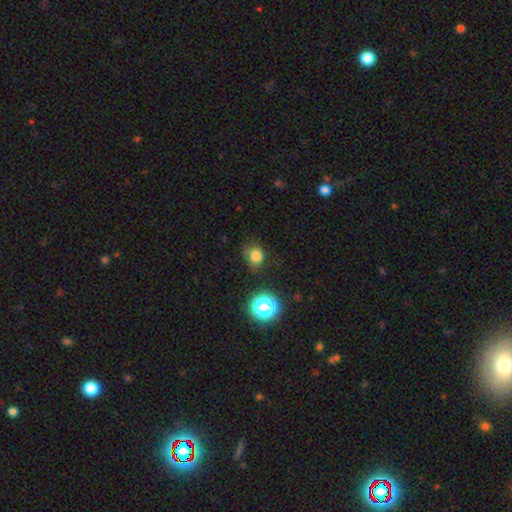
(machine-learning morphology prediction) This is likely a smooth galaxy (78%). How rounded: likely round (72%). Merging: likely none (65%).